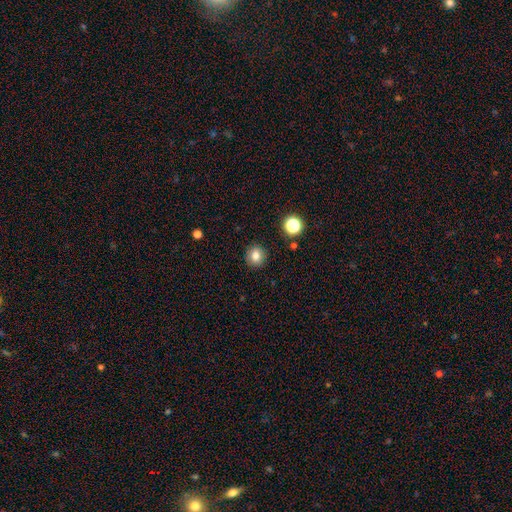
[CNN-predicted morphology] smooth_or_featured: smooth (p=0.80) [alt: star or artifact p=0.12]
how_rounded: round (p=0.89) [alt: in between p=0.10]
merging: none (p=0.91) [alt: minor disturbance p=0.06]